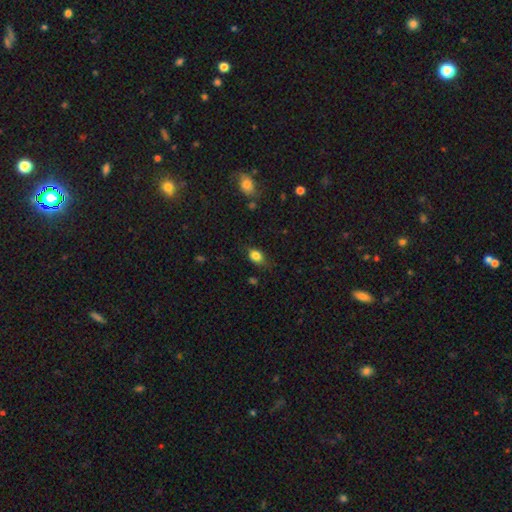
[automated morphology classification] Smooth or featured? Predicted: smooth (p=0.83). How rounded? Predicted: in between (p=0.74). Merging? Predicted: none (p=0.71).